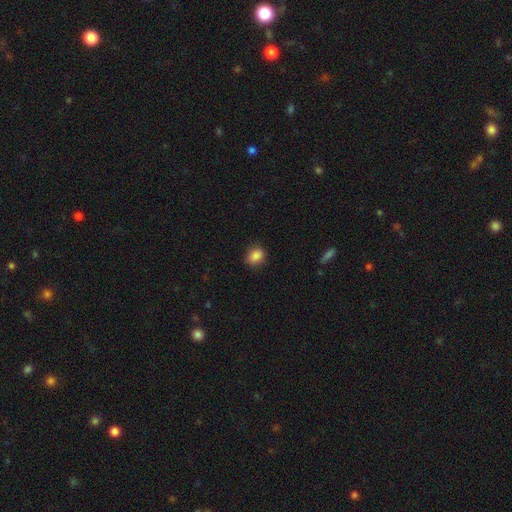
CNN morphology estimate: smooth-or-featured: smooth: 87% | star or artifact: 9% | featured or disk: 4%
  how-rounded: round: 54% | in between: 45% | cigar-shaped: 1%
  merging: none: 84% | minor disturbance: 13% | major disturbance: 3% | merger: 1%